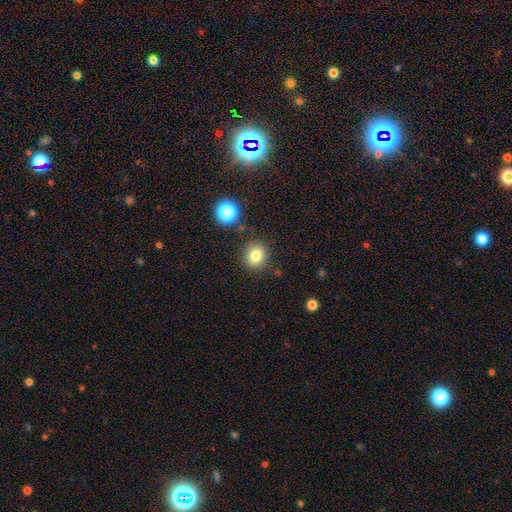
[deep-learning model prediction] Overall: smooth (81%). How rounded: round (72%). Merging: none (84%).